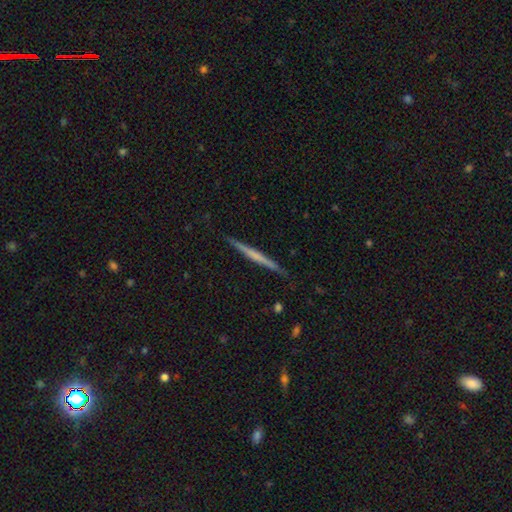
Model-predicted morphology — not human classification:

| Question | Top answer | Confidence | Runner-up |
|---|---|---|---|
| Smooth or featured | featured or disk | 60% | smooth (35%) |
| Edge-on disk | yes | 98% | no (2%) |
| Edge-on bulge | none | 73% | rounded (18%) |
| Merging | none | 90% | minor disturbance (7%) |